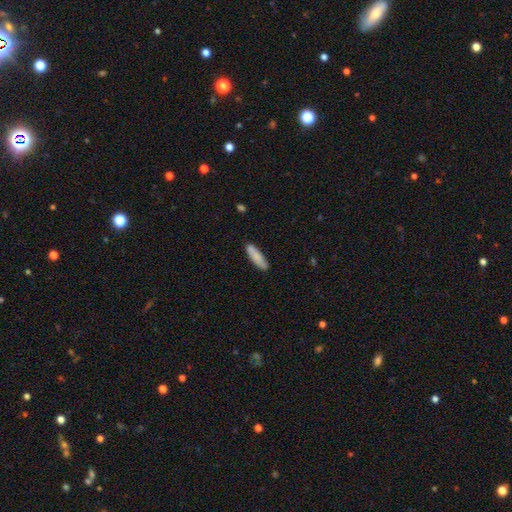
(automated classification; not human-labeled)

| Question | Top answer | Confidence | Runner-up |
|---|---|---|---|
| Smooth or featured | smooth | 83% | featured or disk (11%) |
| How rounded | cigar-shaped | 65% | in between (33%) |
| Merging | none | 84% | minor disturbance (12%) |